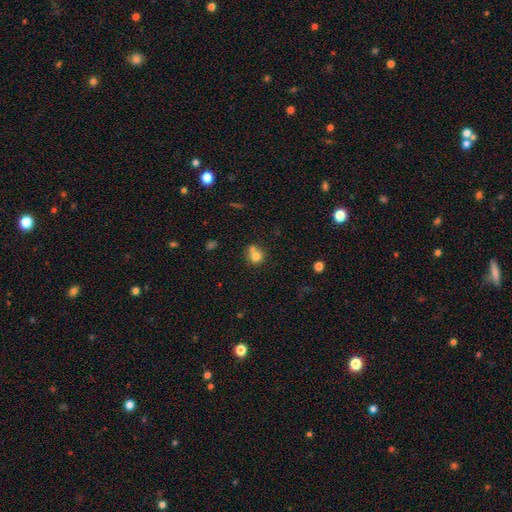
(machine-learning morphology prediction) The model was most divided on "merging": none: 44%, merger: 42%, minor disturbance: 10%, major disturbance: 4%. More confident: how rounded — round (81%); smooth or featured — smooth (74%).